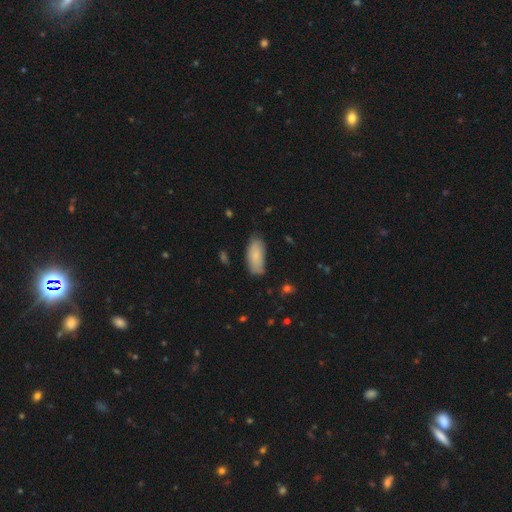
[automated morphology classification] A smooth galaxy with no disk features (84%) that is in between round and cigar-shaped (87%). Merging: none (72%).